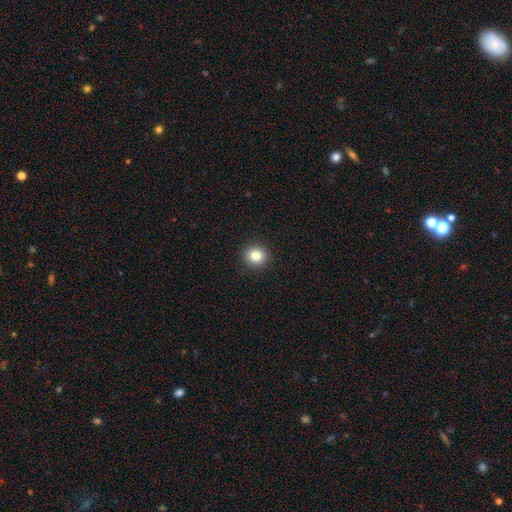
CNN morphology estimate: A smooth galaxy with no disk features (83%) that is round (87%). Merging: none (93%).